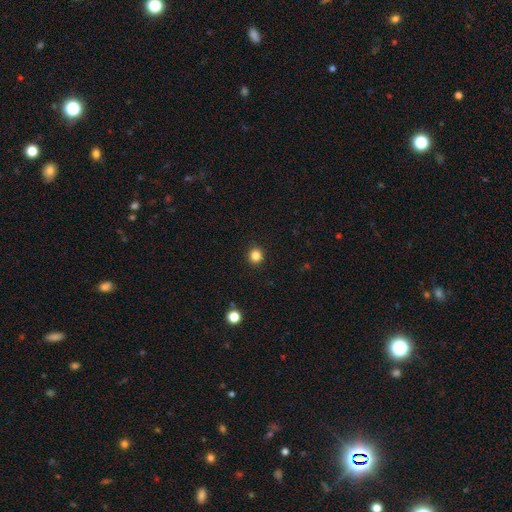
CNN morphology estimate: Q: Smooth or featured?
A: smooth (84%); runner-up: star or artifact (12%)
Q: How rounded?
A: round (92%); runner-up: in between (7%)
Q: Merging?
A: none (92%); runner-up: minor disturbance (5%)